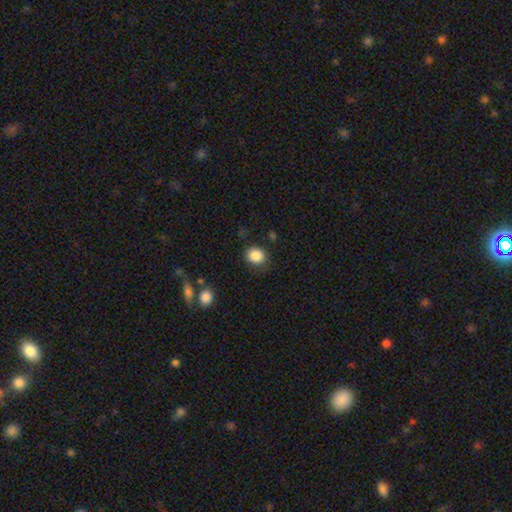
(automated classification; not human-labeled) Overall: smooth (87%). How rounded: round (72%). Merging: none (82%).